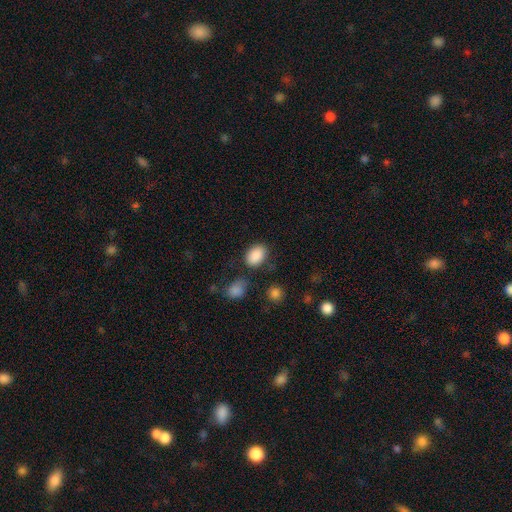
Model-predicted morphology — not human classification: A smooth galaxy with no disk features (88%) that is in between round and cigar-shaped (82%).

Vote fractions:
- Smooth or featured? smooth: 88% / star or artifact: 8% / featured or disk: 4%
- How rounded? in between: 82% / round: 17% / cigar-shaped: 1%
- Merging? none: 76% / minor disturbance: 14% / merger: 5% / major disturbance: 5%